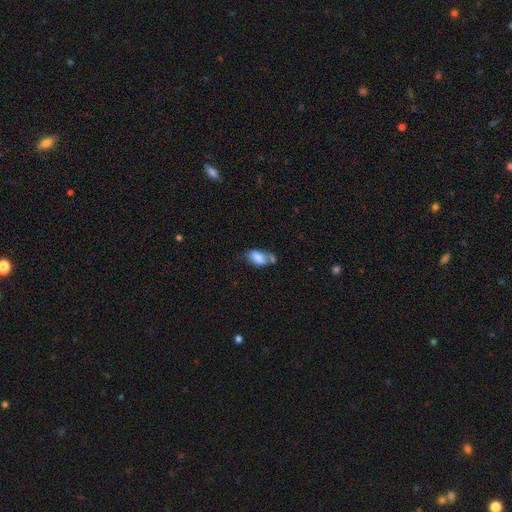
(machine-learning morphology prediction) Smooth or featured?
  - smooth: 80% *
  - featured or disk: 12%
  - star or artifact: 8%
How rounded?
  - in between: 91% *
  - round: 6%
  - cigar-shaped: 3%
Merging?
  - none: 35% *
  - merger: 29%
  - minor disturbance: 25%
  - major disturbance: 11%